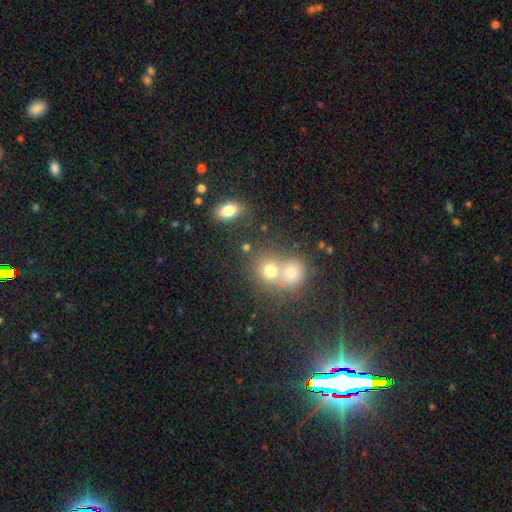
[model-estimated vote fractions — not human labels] Smooth or featured? star or artifact (52%)